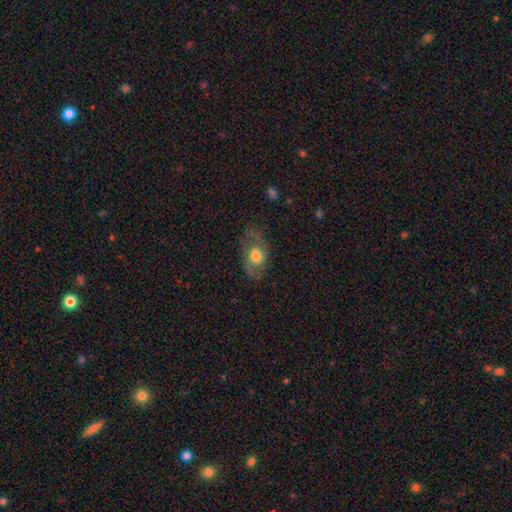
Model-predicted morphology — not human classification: type=smooth (55%); roundness=in between (78%); merging=none (63%).